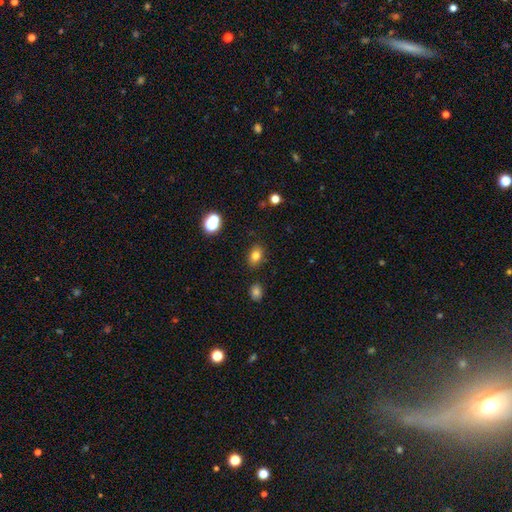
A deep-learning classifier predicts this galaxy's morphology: Overall: smooth (79%). How rounded: in between (75%). Merging: none (85%).